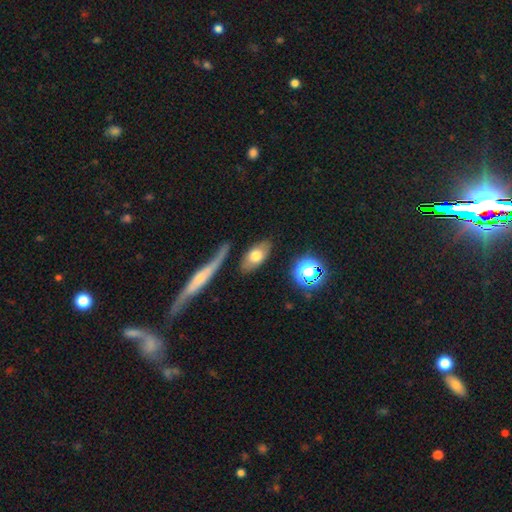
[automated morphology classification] smooth-or-featured: smooth: 69% | featured or disk: 23% | star or artifact: 8%
  how-rounded: in between: 87% | cigar-shaped: 7% | round: 7%
  merging: none: 77% | minor disturbance: 13% | merger: 6% | major disturbance: 4%